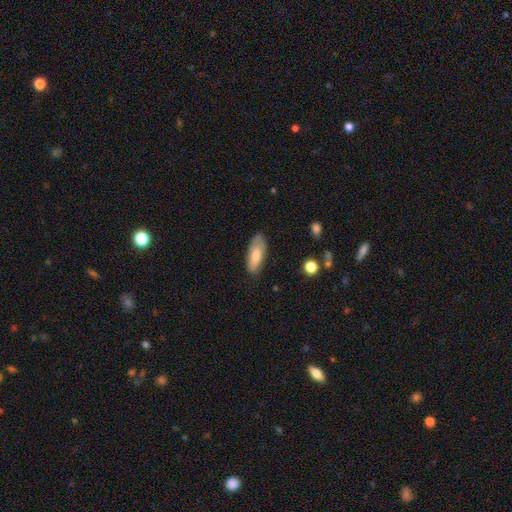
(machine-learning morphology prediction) smooth_or_featured: smooth (p=0.71) [alt: featured or disk p=0.23]
how_rounded: in between (p=0.77) [alt: cigar-shaped p=0.21]
merging: none (p=0.76) [alt: minor disturbance p=0.19]